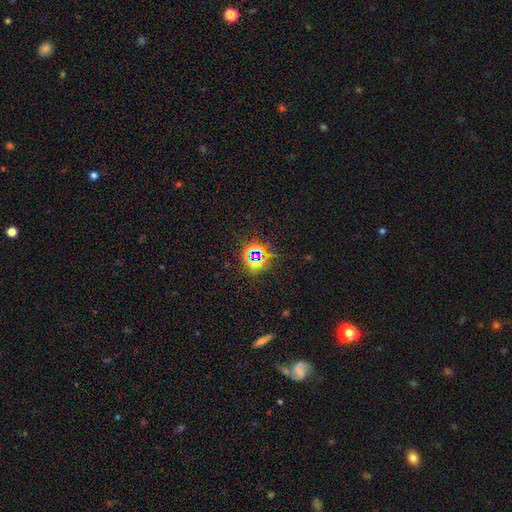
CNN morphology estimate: A star or artifact, not a galaxy (75%).

Vote fractions:
- Smooth or featured? star or artifact: 75% / smooth: 16% / featured or disk: 9%